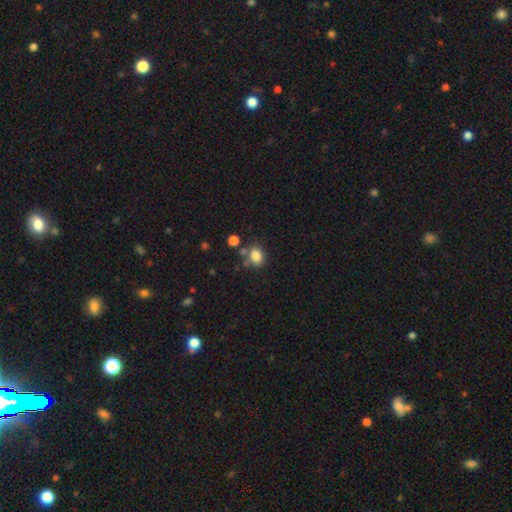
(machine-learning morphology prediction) smooth 82%, star or artifact 11%, featured or disk 6%. Down the decision tree: how rounded — in between (60%); merging — none (61%).